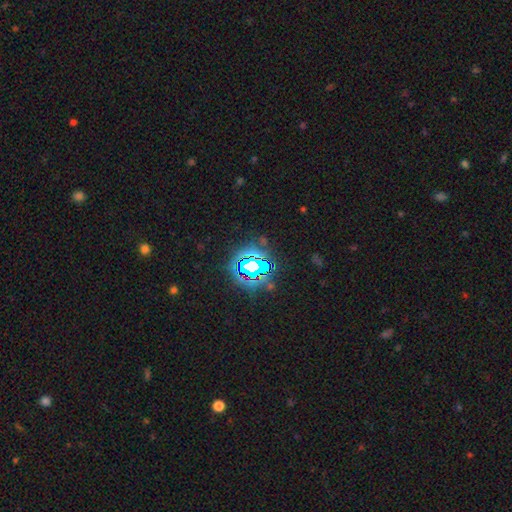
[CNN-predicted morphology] A star or artifact, not a galaxy (82%).

Vote fractions:
- Smooth or featured? star or artifact: 82% / smooth: 11% / featured or disk: 7%